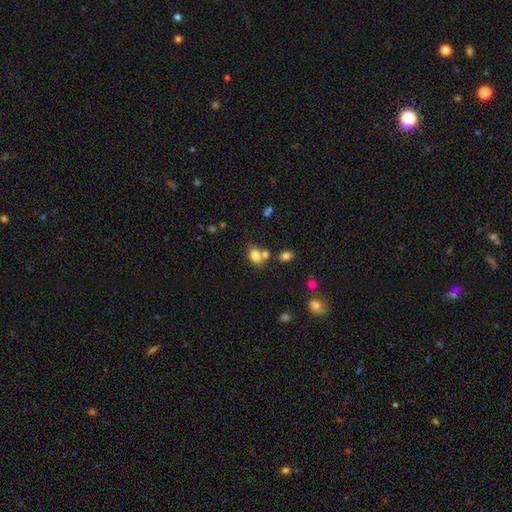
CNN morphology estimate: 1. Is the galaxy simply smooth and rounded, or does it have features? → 79% smooth, 11% star or artifact, 10% featured or disk.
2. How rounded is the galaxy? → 72% in between, 27% round, 1% cigar-shaped.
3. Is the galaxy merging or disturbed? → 50% none, 32% merger, 13% minor disturbance, 5% major disturbance.